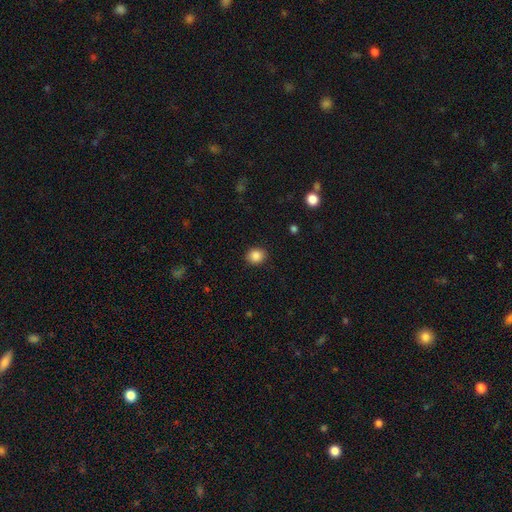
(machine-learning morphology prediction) type=smooth (87%); roundness=round (72%); merging=none (89%).